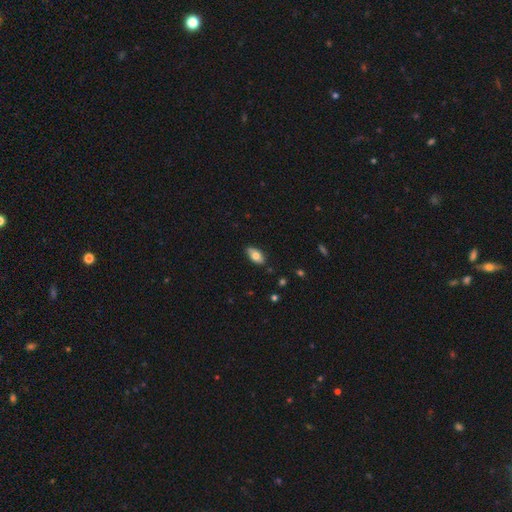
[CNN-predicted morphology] Smooth or featured? Predicted: smooth (p=0.73). How rounded? Predicted: in between (p=0.91). Merging? Predicted: none (p=0.81).